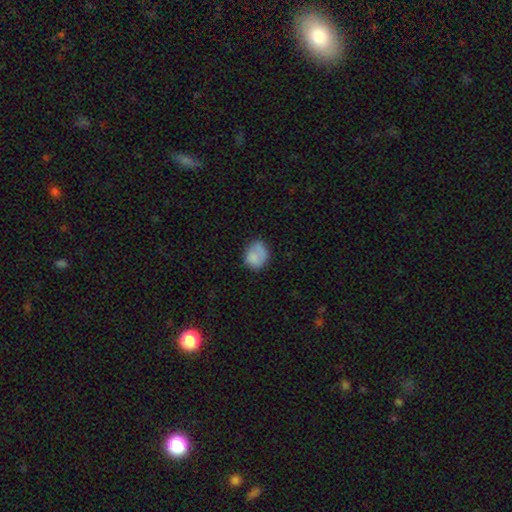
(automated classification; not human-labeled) smooth_or_featured: smooth (p=0.79) [alt: featured or disk p=0.12]
how_rounded: round (p=0.59) [alt: in between p=0.40]
merging: none (p=0.58) [alt: minor disturbance p=0.26]